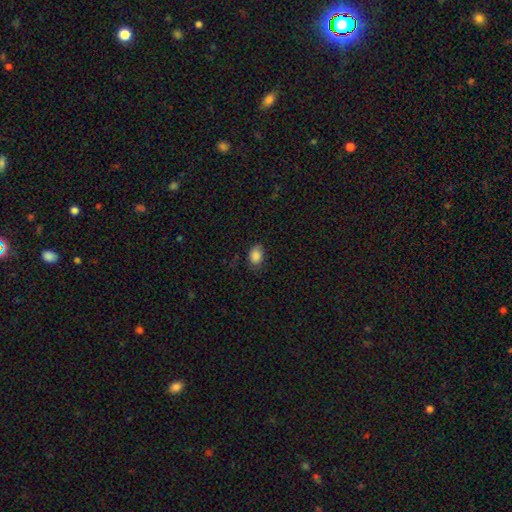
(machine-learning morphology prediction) Overall: smooth (86%). How rounded: in between (79%). Merging: none (75%).